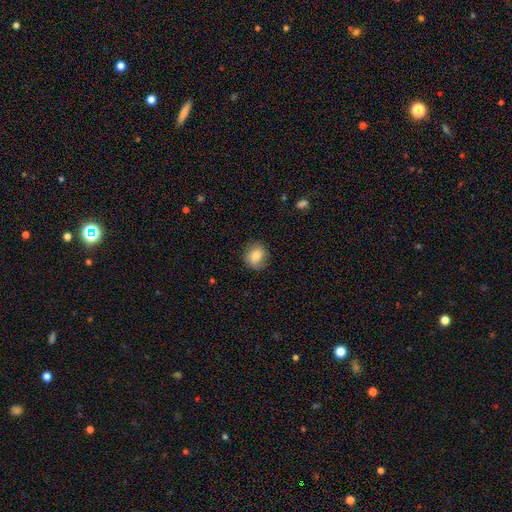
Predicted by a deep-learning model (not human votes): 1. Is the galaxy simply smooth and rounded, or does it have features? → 78% smooth, 14% featured or disk, 9% star or artifact.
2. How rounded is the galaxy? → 76% round, 23% in between, 1% cigar-shaped.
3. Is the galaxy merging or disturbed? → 82% none, 14% minor disturbance, 4% major disturbance, 1% merger.